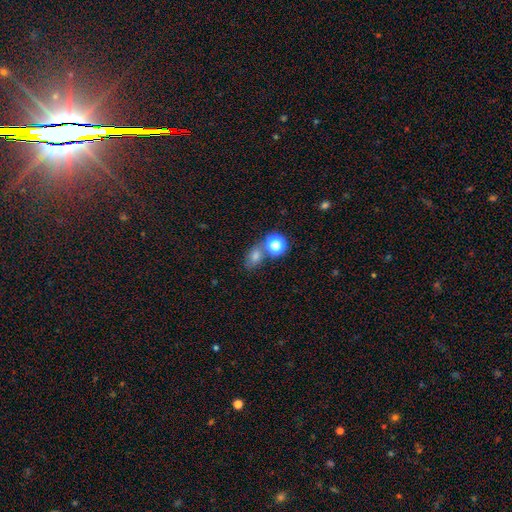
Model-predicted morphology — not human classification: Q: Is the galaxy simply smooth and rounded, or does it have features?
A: smooth — 62%.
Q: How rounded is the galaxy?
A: in between — 53%.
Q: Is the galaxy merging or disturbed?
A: none — 60%.